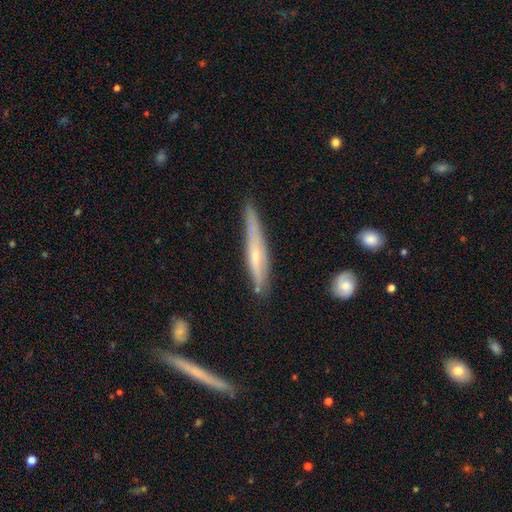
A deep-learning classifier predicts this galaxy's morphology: A featured or disk galaxy (56%) viewed edge-on (89%). Merging: none (69%).